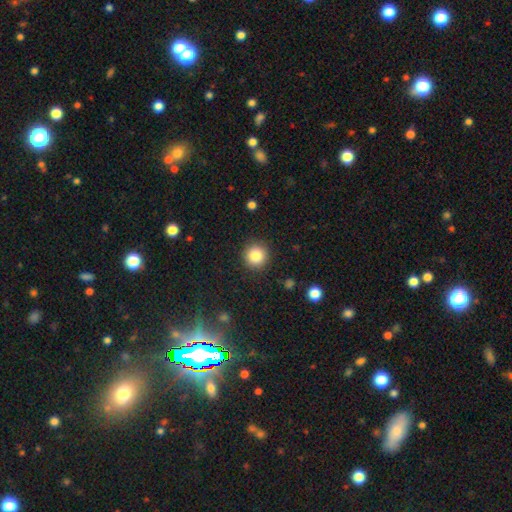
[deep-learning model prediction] Smooth or featured?
  - smooth: 84% *
  - star or artifact: 10%
  - featured or disk: 5%
How rounded?
  - round: 94% *
  - in between: 5%
  - cigar-shaped: 1%
Merging?
  - none: 90% *
  - minor disturbance: 6%
  - major disturbance: 2%
  - merger: 1%